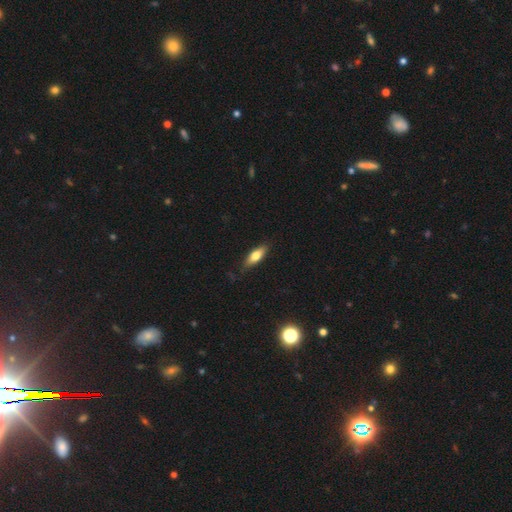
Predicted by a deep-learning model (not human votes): This appears to be a smooth galaxy with no disk features (70%) that is in between round and cigar-shaped (61%). Merging: none (80%).